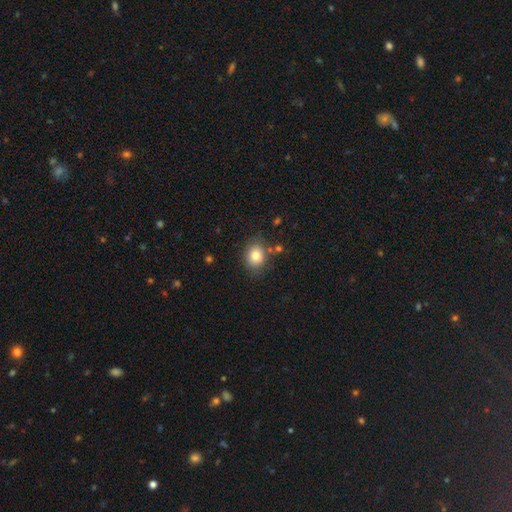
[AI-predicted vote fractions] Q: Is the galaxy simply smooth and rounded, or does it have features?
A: smooth — 80%.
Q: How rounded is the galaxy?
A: round — 57%.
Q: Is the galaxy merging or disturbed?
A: none — 77%.